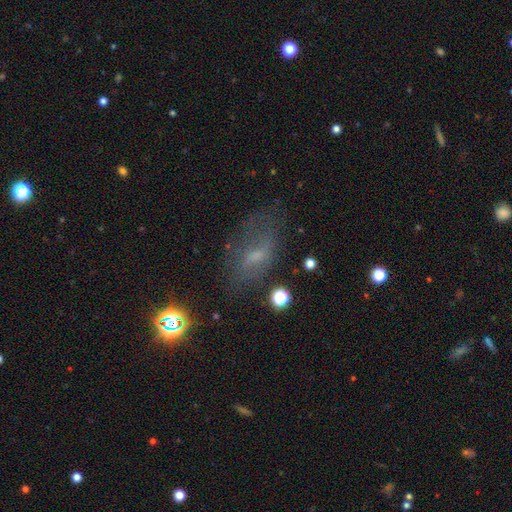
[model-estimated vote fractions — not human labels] This appears to be a featured or disk galaxy (41%). Merging: none (61%).